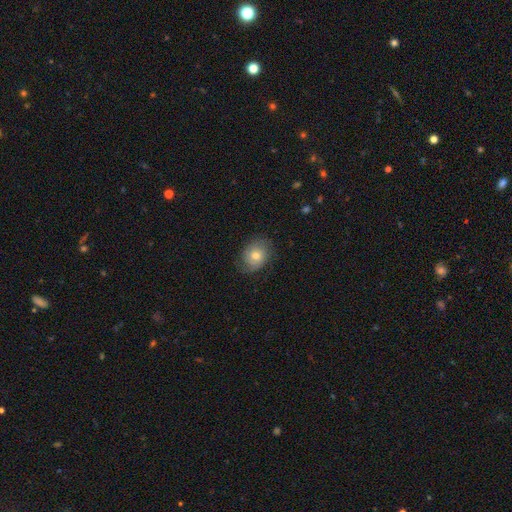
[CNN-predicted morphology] smooth-or-featured: smooth: 58% | featured or disk: 34% | star or artifact: 9%
  how-rounded: round: 54% | in between: 45% | cigar-shaped: 1%
  merging: none: 73% | minor disturbance: 19% | major disturbance: 7% | merger: 1%